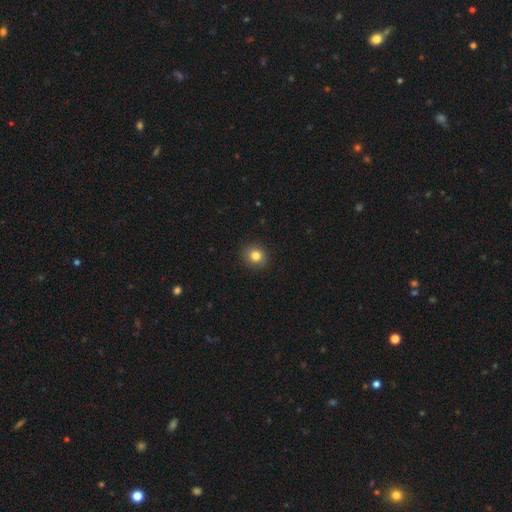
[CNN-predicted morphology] Q: Smooth or featured?
A: smooth (82%); runner-up: star or artifact (11%)
Q: How rounded?
A: round (83%); runner-up: in between (16%)
Q: Merging?
A: none (90%); runner-up: minor disturbance (7%)